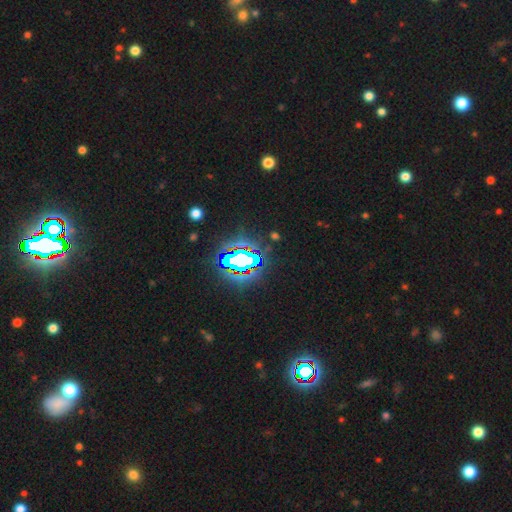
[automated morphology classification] The model was most divided on "smooth or featured": star or artifact: 83%, smooth: 10%, featured or disk: 7%.